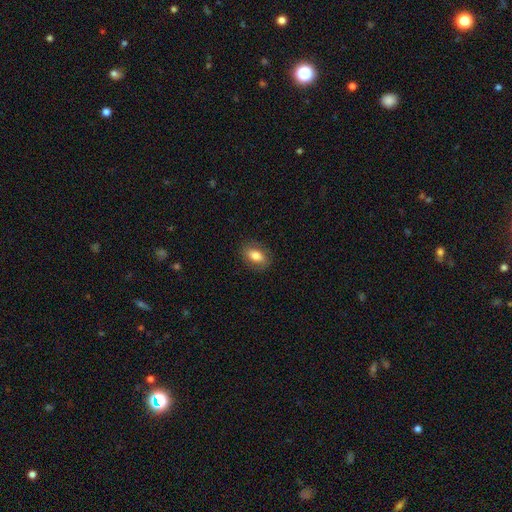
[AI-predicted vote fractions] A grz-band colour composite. It shows a smooth galaxy with no disk features (73%) that is in between round and cigar-shaped (84%). Merging: none (83%).